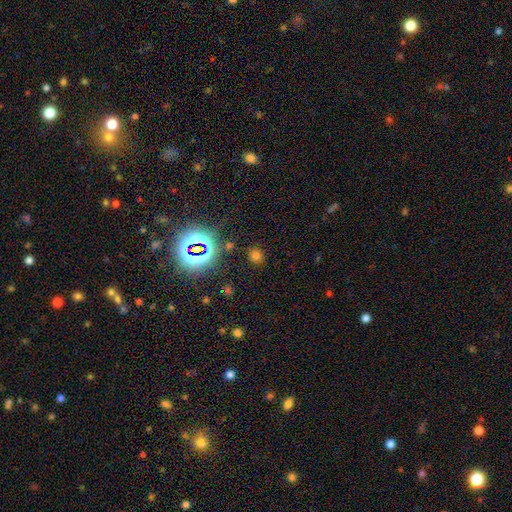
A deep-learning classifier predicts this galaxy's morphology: This appears to be a smooth galaxy with no disk features (59%) that is round (80%). Merging: none (84%).